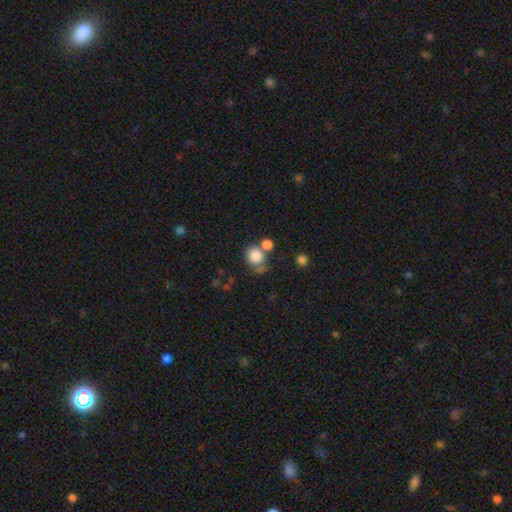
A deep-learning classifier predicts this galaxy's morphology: Overall: smooth (81%). How rounded: round (70%). Merging: none (42%; merger 34%).